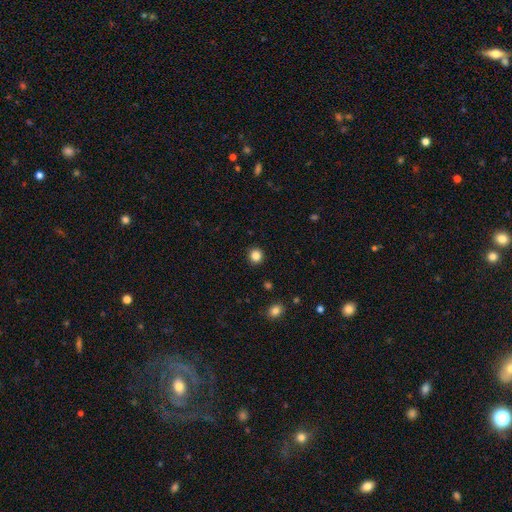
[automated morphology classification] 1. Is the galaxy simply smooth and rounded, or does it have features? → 85% smooth, 11% star or artifact, 4% featured or disk.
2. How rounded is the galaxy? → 92% round, 7% in between, 1% cigar-shaped.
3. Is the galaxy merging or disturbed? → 92% none, 5% minor disturbance, 2% major disturbance, 1% merger.